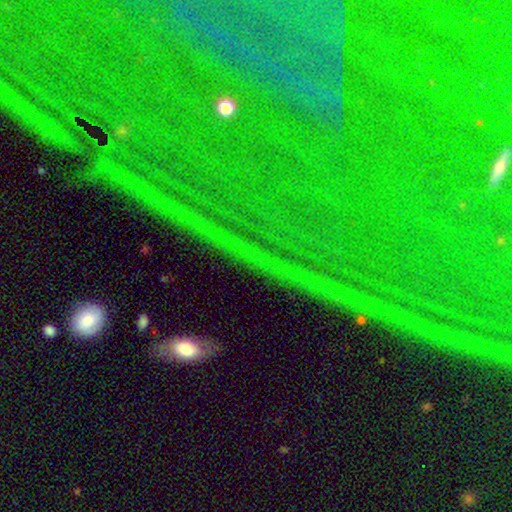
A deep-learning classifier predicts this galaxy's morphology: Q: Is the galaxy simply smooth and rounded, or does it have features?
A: star or artifact — 77%.